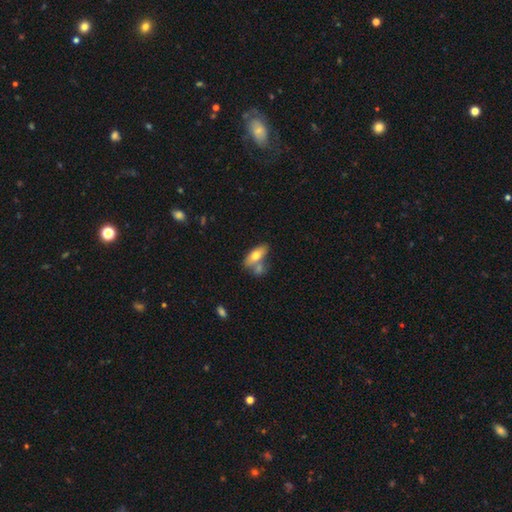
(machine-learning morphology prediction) smooth-or-featured: smooth: 69% | featured or disk: 25% | star or artifact: 6%
  how-rounded: in between: 82% | cigar-shaped: 14% | round: 4%
  merging: none: 44% | merger: 39% | minor disturbance: 13% | major disturbance: 5%